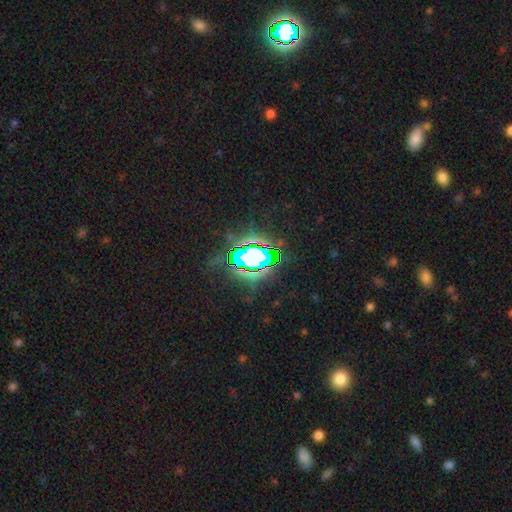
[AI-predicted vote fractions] smooth_or_featured: star or artifact (p=0.70) [alt: featured or disk p=0.15]